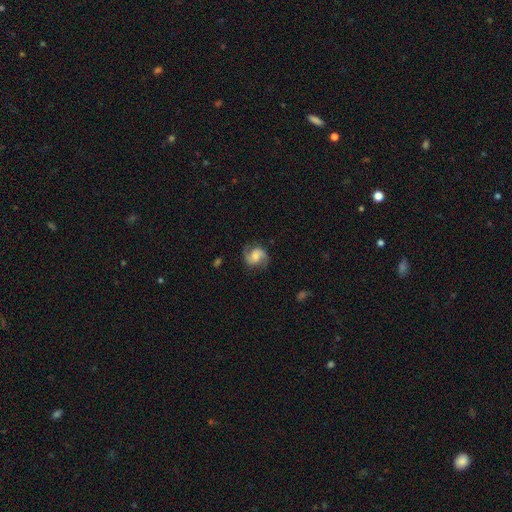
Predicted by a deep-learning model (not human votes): Overall: featured or disk (78%). Edge-on disk: no (98%). Bar: no (51%; weak 38%). Spiral arms: yes (96%). Spiral arm count: 2 (92%). Spiral winding: medium (51%; loose 31%). Bulge size: moderate (43%; small 30%). Merging: none (79%).